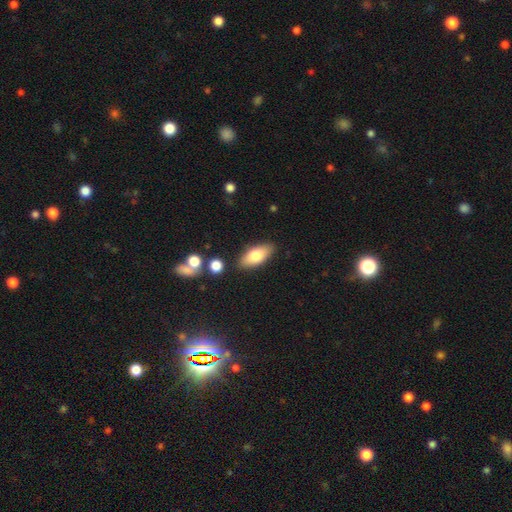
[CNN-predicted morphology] Smooth or featured? smooth (74%)
How rounded? in between (84%)
Merging? none (85%)